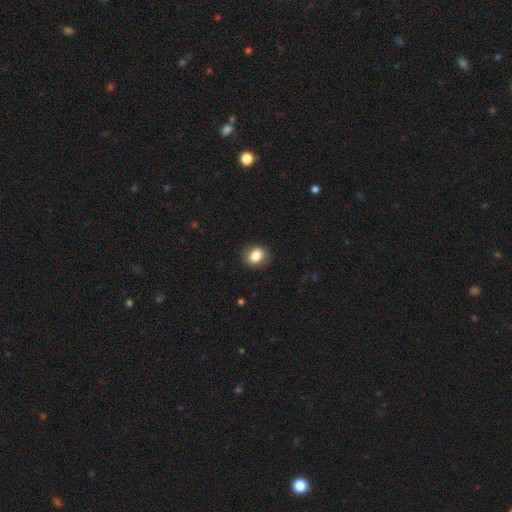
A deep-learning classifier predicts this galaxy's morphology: Q: Smooth or featured?
A: smooth (81%); runner-up: featured or disk (11%)
Q: How rounded?
A: round (55%); runner-up: in between (44%)
Q: Merging?
A: none (85%); runner-up: minor disturbance (11%)